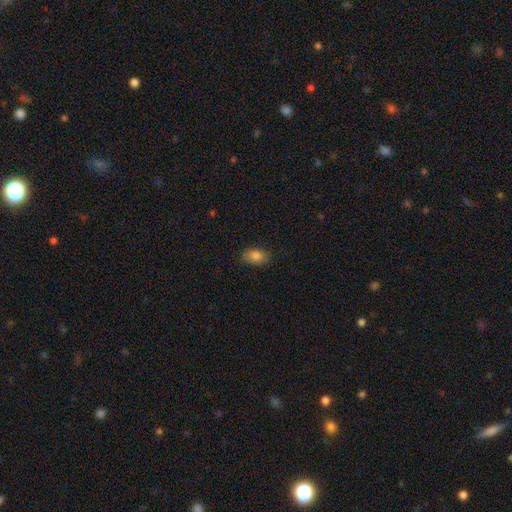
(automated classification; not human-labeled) Smooth or featured?
  - smooth: 84% *
  - star or artifact: 9%
  - featured or disk: 7%
How rounded?
  - in between: 87% *
  - round: 11%
  - cigar-shaped: 2%
Merging?
  - none: 79% *
  - minor disturbance: 17%
  - major disturbance: 3%
  - merger: 1%